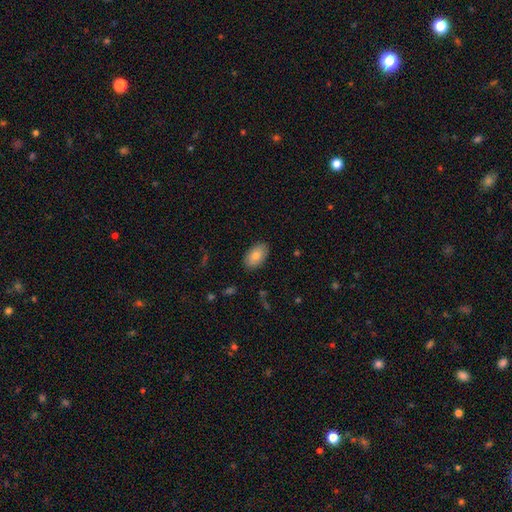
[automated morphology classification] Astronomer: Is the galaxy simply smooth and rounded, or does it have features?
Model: smooth — 83%.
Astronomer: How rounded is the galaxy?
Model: in between — 94%.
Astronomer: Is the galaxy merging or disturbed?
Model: none — 87%.